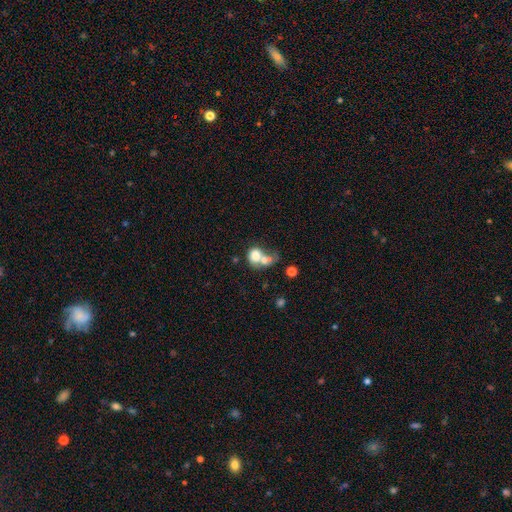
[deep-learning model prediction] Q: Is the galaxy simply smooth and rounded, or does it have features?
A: smooth — 70%.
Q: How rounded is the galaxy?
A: round — 53%.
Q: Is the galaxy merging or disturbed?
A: merger — 65%.